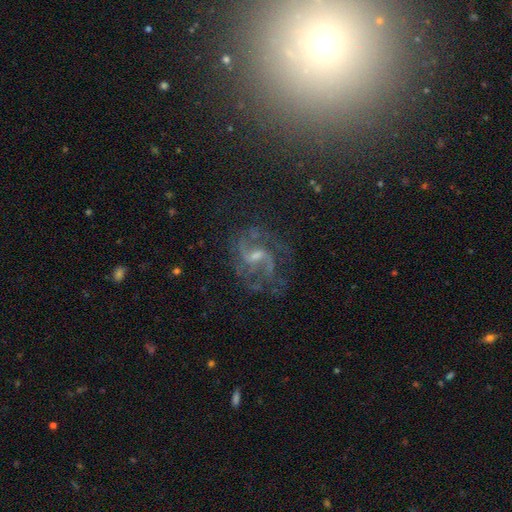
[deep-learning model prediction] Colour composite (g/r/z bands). It shows a featured or disk galaxy (79%) with a weak bar (57%), 2 (70%) medium (50%) spiral arms (93%) and a small central bulge (52%). Merging: none (68%).